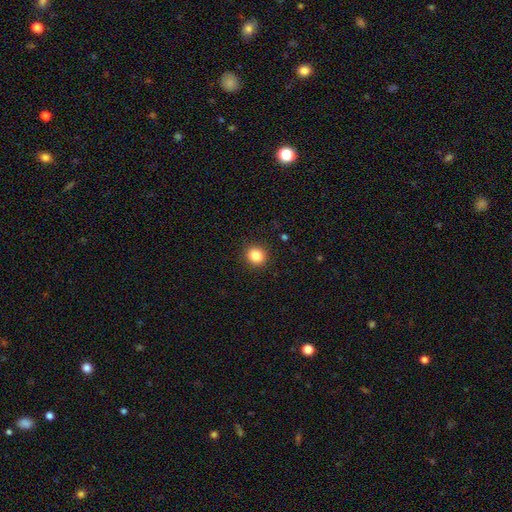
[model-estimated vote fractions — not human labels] This is clearly a smooth galaxy (85%). How rounded: clearly round (81%). Merging: clearly none (91%).